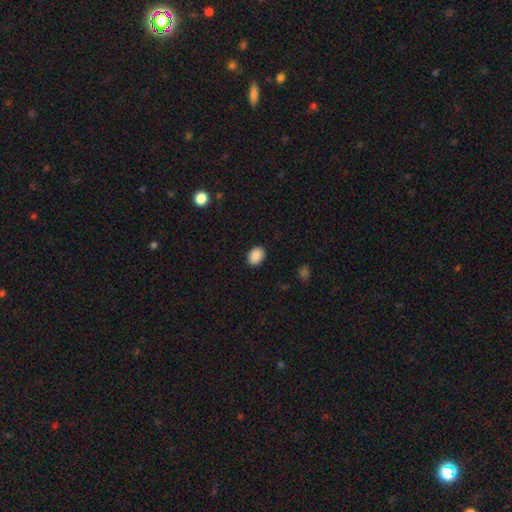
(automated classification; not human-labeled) Smooth or featured: smooth — 89% (star or artifact — 8%)
How rounded: in between — 66% (round — 33%)
Merging: none — 88% (minor disturbance — 9%)